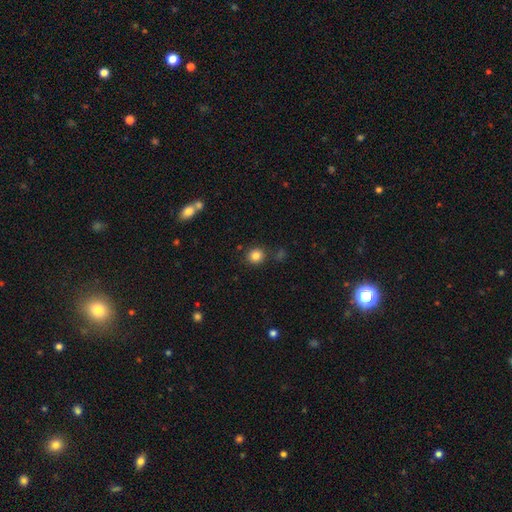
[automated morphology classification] A smooth galaxy with no disk features (84%) that is round (89%). Merging: none (84%).